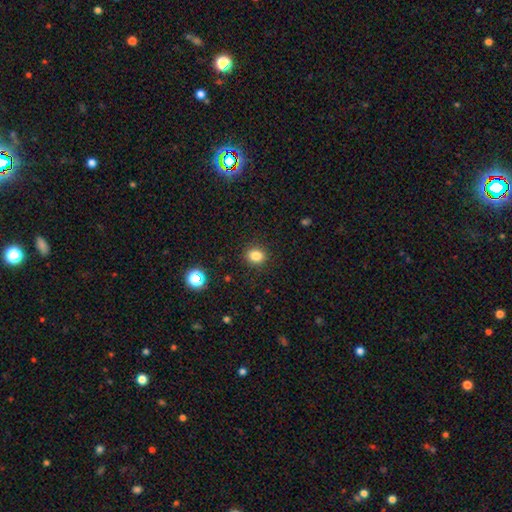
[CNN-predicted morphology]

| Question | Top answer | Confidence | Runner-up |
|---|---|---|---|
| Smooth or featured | smooth | 82% | star or artifact (13%) |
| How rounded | round | 71% | in between (28%) |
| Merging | none | 89% | minor disturbance (7%) |